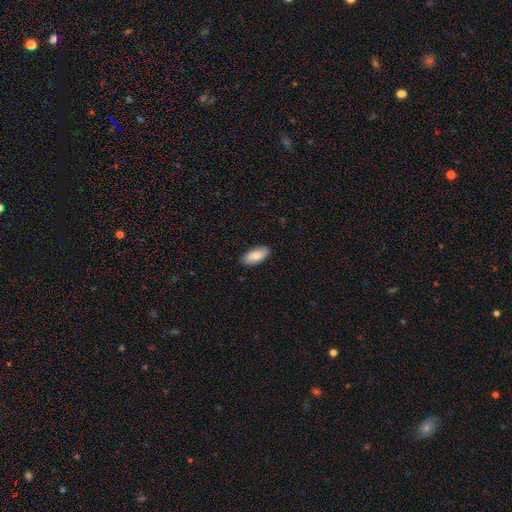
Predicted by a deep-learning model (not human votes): The model was most divided on "smooth or featured": smooth: 84%, featured or disk: 10%, star or artifact: 6%. More confident: how rounded — in between (91%); merging — none (87%).